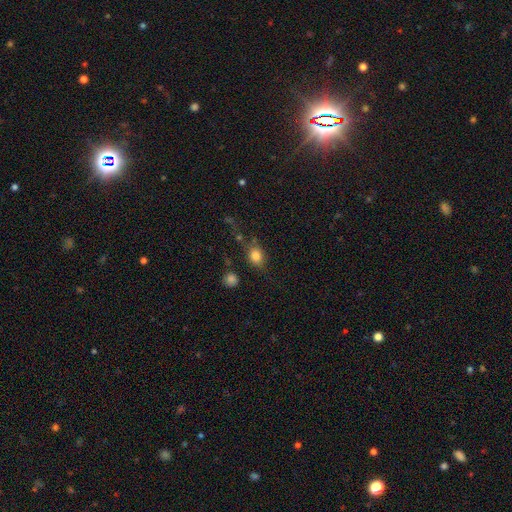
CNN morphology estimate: The model was most divided on "how rounded": in between: 50%, round: 48%, cigar-shaped: 2%. More confident: smooth or featured — smooth (81%); merging — none (70%).